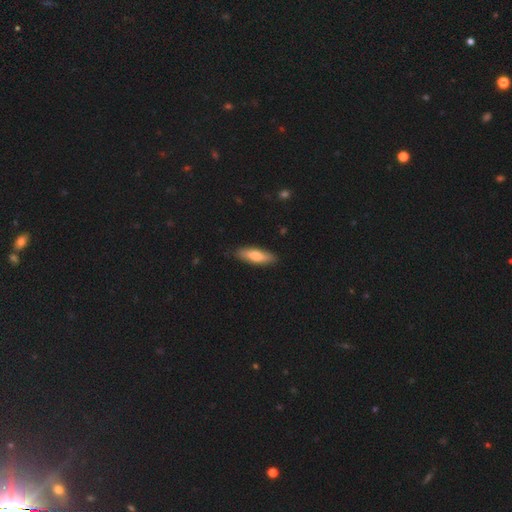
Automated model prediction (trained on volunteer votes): This appears to be a smooth galaxy with no disk features (72%) that is cigar-shaped (50%). Merging: none (88%).